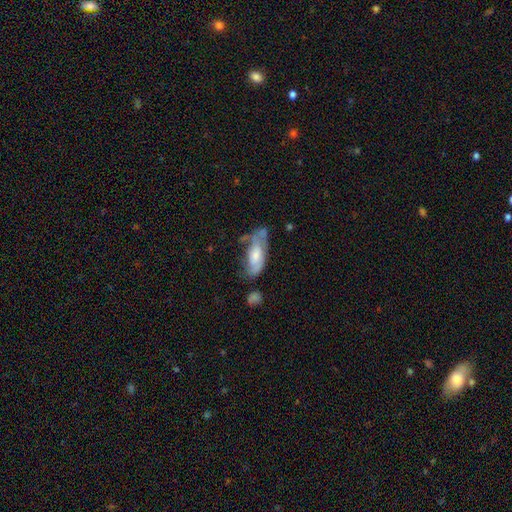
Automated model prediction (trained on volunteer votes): smooth 54%, featured or disk 40%, star or artifact 6%. Down the decision tree: how rounded — in between (79%); merging — none (37%).